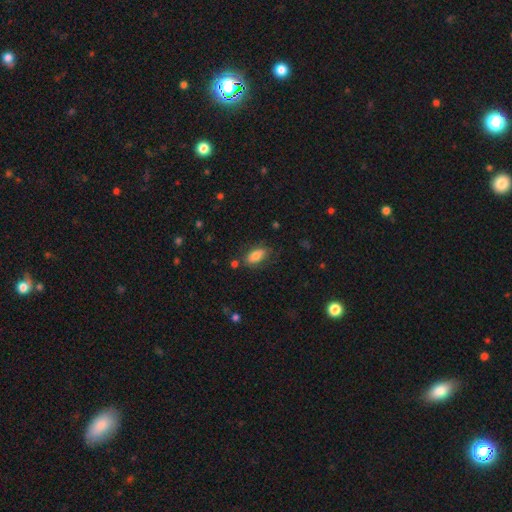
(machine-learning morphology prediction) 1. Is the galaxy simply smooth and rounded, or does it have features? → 79% smooth, 14% featured or disk, 8% star or artifact.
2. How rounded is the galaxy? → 90% in between, 6% cigar-shaped, 4% round.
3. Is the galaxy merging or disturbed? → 72% none, 18% minor disturbance, 6% major disturbance, 4% merger.